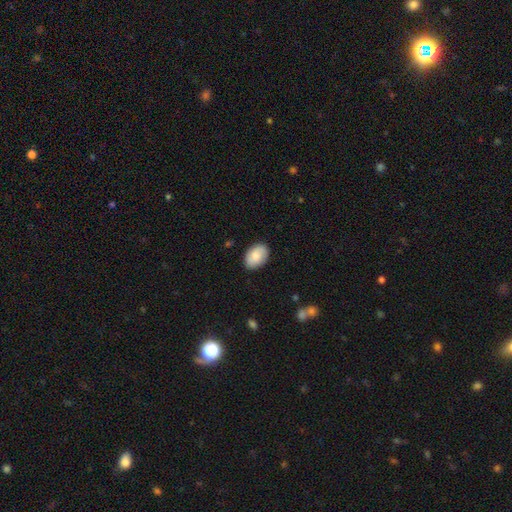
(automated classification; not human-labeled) This is clearly a smooth galaxy (82%). How rounded: clearly in between (89%). Merging: clearly none (85%).